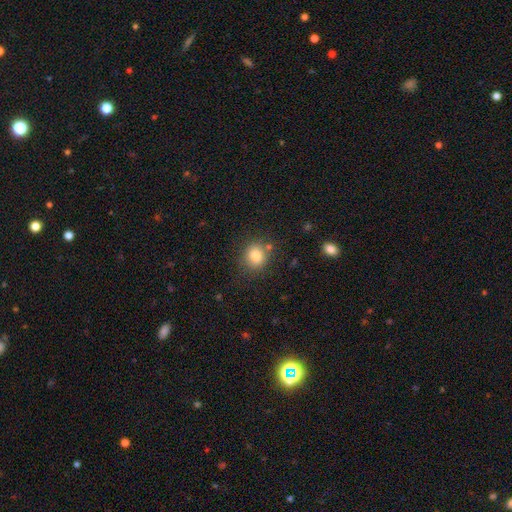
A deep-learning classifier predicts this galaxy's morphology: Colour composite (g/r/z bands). It shows a smooth galaxy with no disk features (81%) that is round (79%). Merging: none (79%).